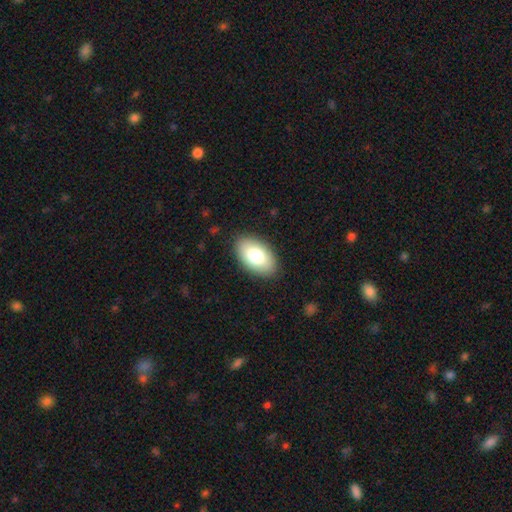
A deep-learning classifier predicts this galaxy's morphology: Smooth or featured?
  - smooth: 80% *
  - featured or disk: 13%
  - star or artifact: 7%
How rounded?
  - in between: 94% *
  - round: 4%
  - cigar-shaped: 1%
Merging?
  - none: 87% *
  - minor disturbance: 9%
  - major disturbance: 2%
  - merger: 1%